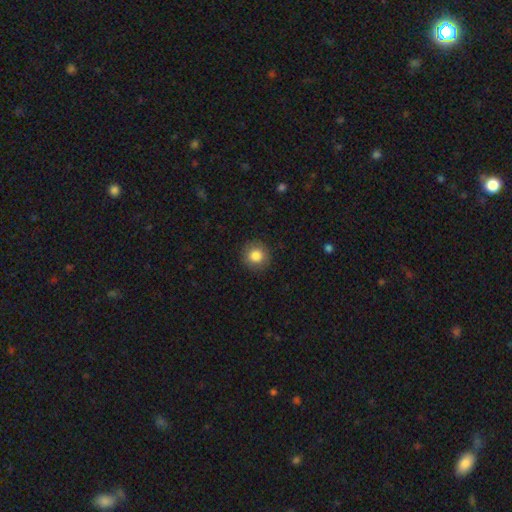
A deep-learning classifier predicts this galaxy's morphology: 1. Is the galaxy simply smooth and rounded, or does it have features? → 84% smooth, 9% star or artifact, 7% featured or disk.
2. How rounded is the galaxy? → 92% round, 7% in between, 1% cigar-shaped.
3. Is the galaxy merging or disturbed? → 90% none, 7% minor disturbance, 2% major disturbance, 1% merger.